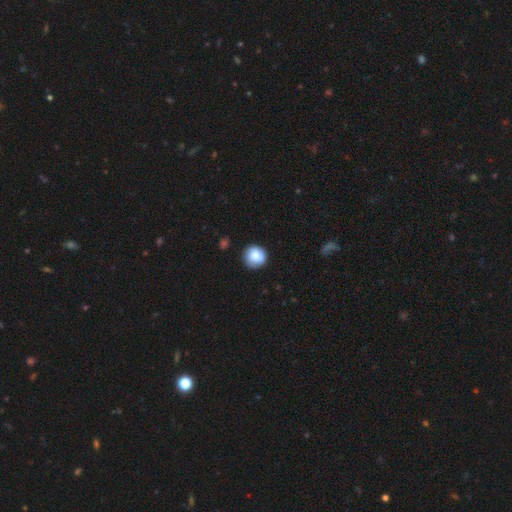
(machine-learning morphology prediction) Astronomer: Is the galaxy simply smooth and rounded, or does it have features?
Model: smooth — 84%.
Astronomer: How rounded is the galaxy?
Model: round — 92%.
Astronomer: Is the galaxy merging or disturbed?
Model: none — 80%.